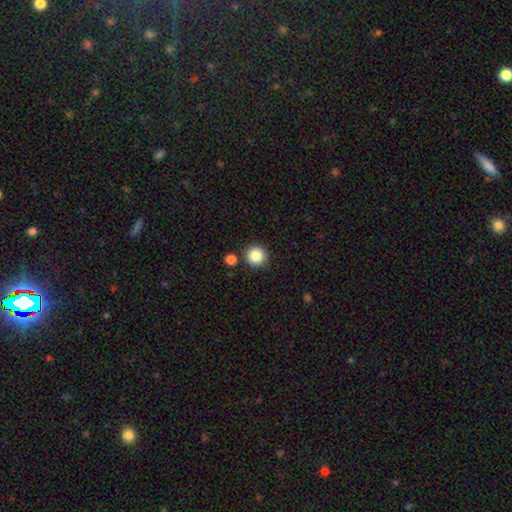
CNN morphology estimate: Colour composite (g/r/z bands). It shows a smooth galaxy with no disk features (87%) that is round (94%). Merging: none (87%).